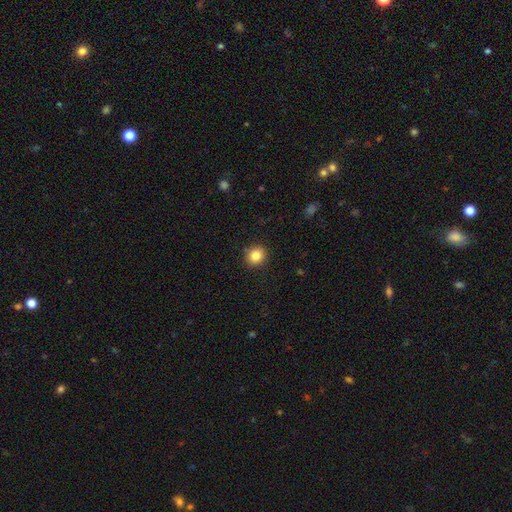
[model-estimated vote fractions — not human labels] Morphology: type=smooth (83%); roundness=round (83%); merging=none (90%).